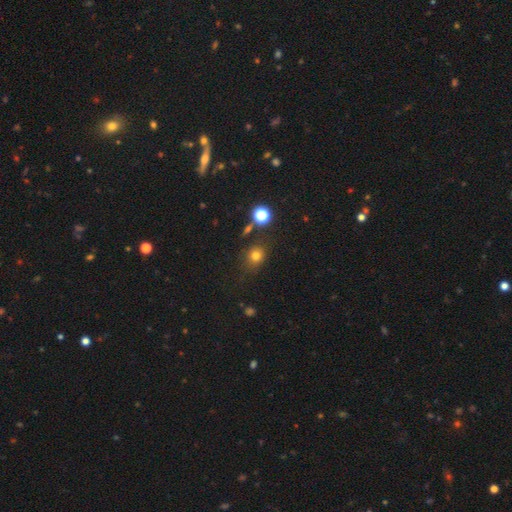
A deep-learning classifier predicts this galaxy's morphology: A smooth galaxy with no disk features (75%) that is round (74%).

Vote fractions:
- Smooth or featured? smooth: 75% / star or artifact: 18% / featured or disk: 7%
- How rounded? round: 74% / in between: 24% / cigar-shaped: 1%
- Merging? none: 77% / minor disturbance: 13% / merger: 5% / major disturbance: 5%